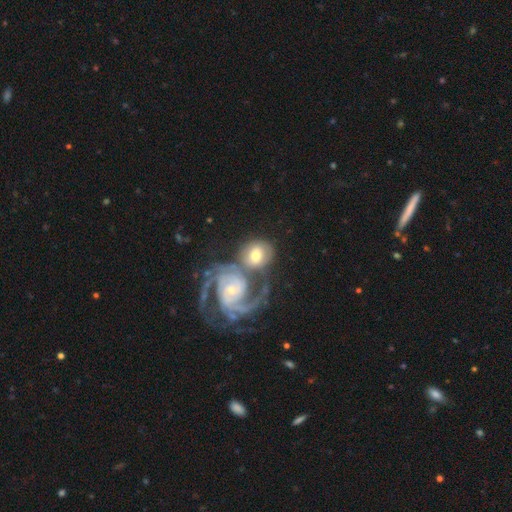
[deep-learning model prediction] A featured or disk galaxy (59%) with no bar (56%), 2 (57%) tight (50%) spiral arms (91%) and a moderate central bulge (49%).

Vote fractions:
- Smooth or featured? featured or disk: 59% / smooth: 35% / star or artifact: 6%
- Edge-on disk? no: 96% / yes: 4%
- Bar? no: 56% / weak: 31% / strong: 13%
- Spiral arms? yes: 91% / no: 9%
- Spiral winding? tight: 50% / medium: 38% / loose: 12%
- Spiral arm count? 2: 57% / 3: 15% / can't tell: 15% / 1: 5% / 4: 5% / more than 4: 3%
- Bulge size? moderate: 49% / small: 42% / large: 6% / none: 1% / dominant: 1%
- Merging? merger: 43% / none: 37% / minor disturbance: 12% / major disturbance: 9%